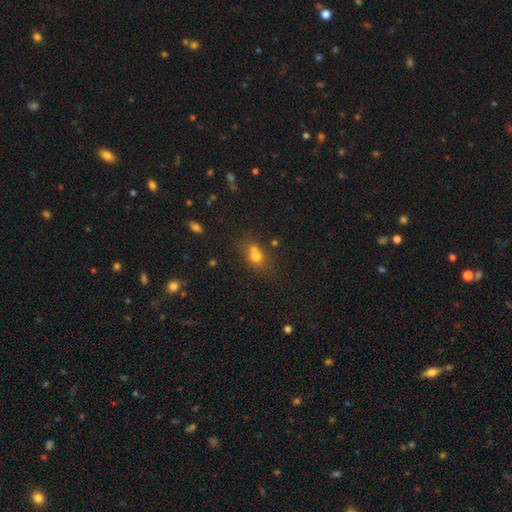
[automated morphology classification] Smooth or featured: smooth — 67% (star or artifact — 17%)
How rounded: round — 62% (in between — 35%)
Merging: merger — 45% (none — 40%)